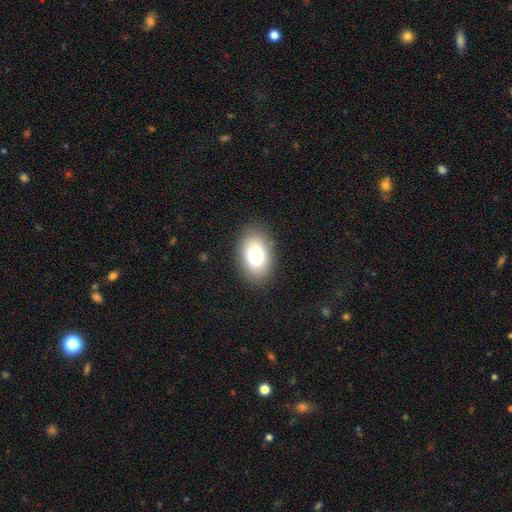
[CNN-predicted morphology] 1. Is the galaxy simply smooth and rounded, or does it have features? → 82% smooth, 10% featured or disk, 8% star or artifact.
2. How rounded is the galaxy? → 91% in between, 8% round, 1% cigar-shaped.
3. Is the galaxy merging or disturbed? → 86% none, 10% minor disturbance, 3% major disturbance, 1% merger.